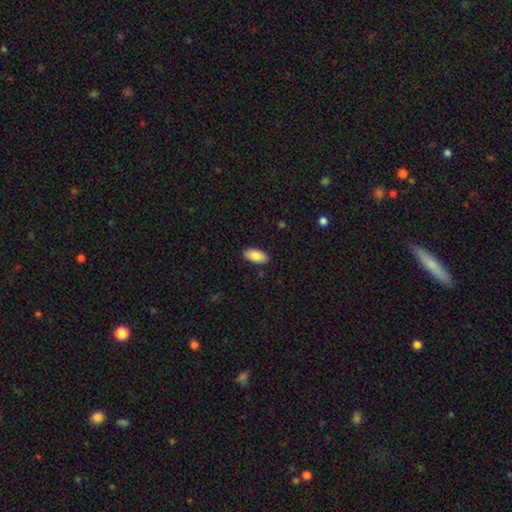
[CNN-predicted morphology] type=smooth (86%); roundness=in between (93%); merging=none (89%).